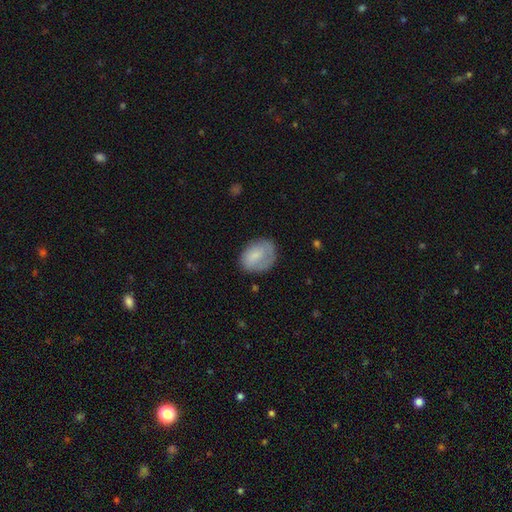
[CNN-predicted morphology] Smooth or featured: smooth — 73% (featured or disk — 20%)
How rounded: in between — 66% (round — 33%)
Merging: none — 64% (minor disturbance — 25%)